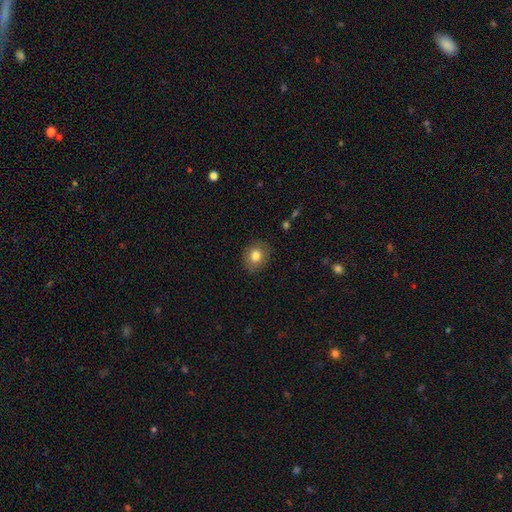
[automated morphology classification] The model was most divided on "how rounded": round: 66%, in between: 33%, cigar-shaped: 1%. More confident: merging — none (85%); smooth or featured — smooth (80%).